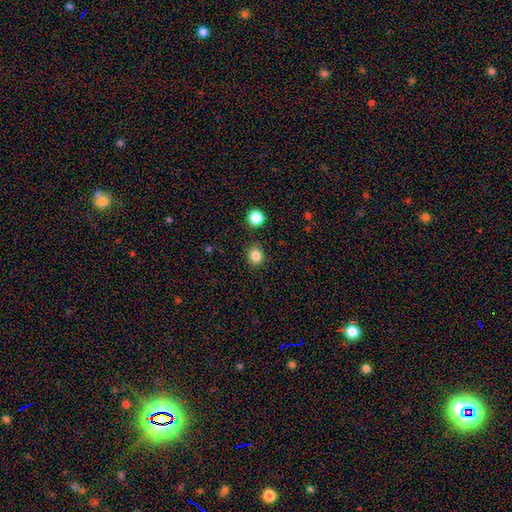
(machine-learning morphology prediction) type=smooth (84%); roundness=round (82%); merging=none (88%).